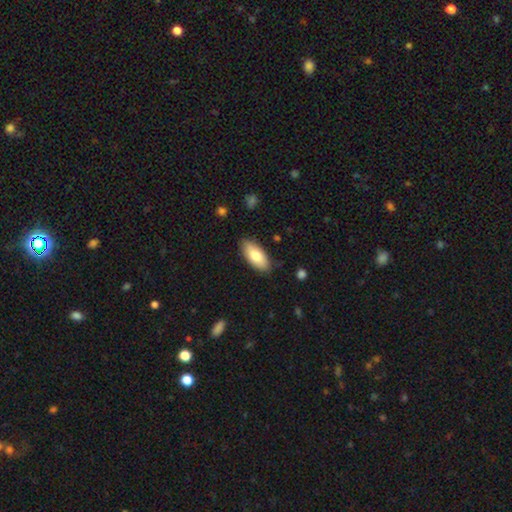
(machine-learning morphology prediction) Q: Smooth or featured?
A: smooth (77%); runner-up: featured or disk (17%)
Q: How rounded?
A: in between (87%); runner-up: cigar-shaped (11%)
Q: Merging?
A: none (86%); runner-up: minor disturbance (11%)